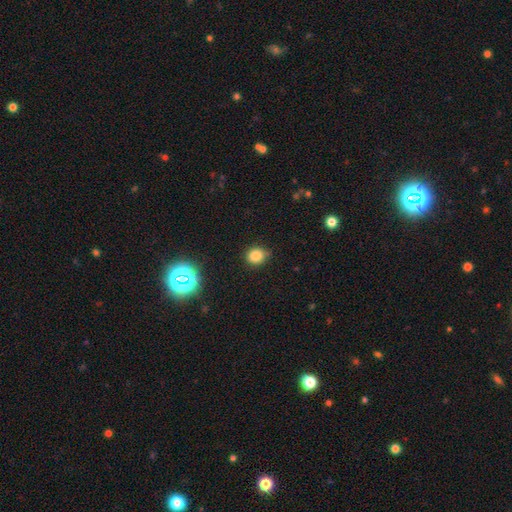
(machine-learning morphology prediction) smooth_or_featured: smooth (p=0.80) [alt: star or artifact p=0.15]
how_rounded: round (p=0.80) [alt: in between p=0.19]
merging: none (p=0.78) [alt: minor disturbance p=0.18]